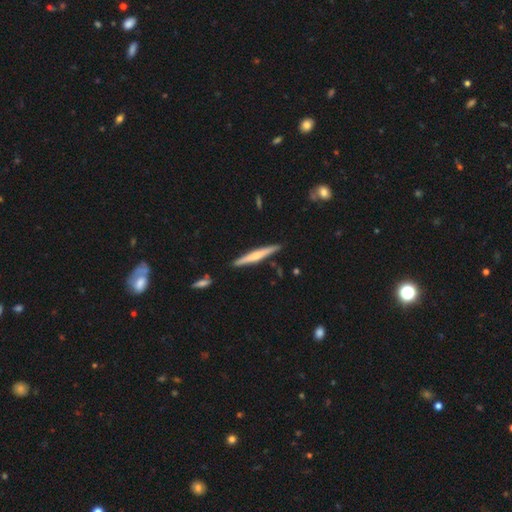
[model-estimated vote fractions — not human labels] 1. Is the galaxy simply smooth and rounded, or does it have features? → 57% featured or disk, 38% smooth, 5% star or artifact.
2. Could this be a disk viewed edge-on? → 97% yes, 3% no.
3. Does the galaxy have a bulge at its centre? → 71% rounded, 22% none, 7% boxy.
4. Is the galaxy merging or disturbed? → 89% none, 8% minor disturbance, 2% merger, 1% major disturbance.